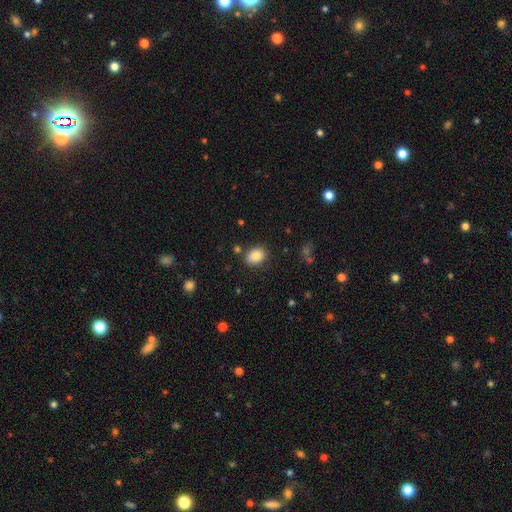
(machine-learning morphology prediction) smooth-or-featured: smooth: 85% | star or artifact: 9% | featured or disk: 7%
  how-rounded: in between: 63% | round: 36% | cigar-shaped: 1%
  merging: none: 84% | minor disturbance: 10% | merger: 3% | major disturbance: 3%